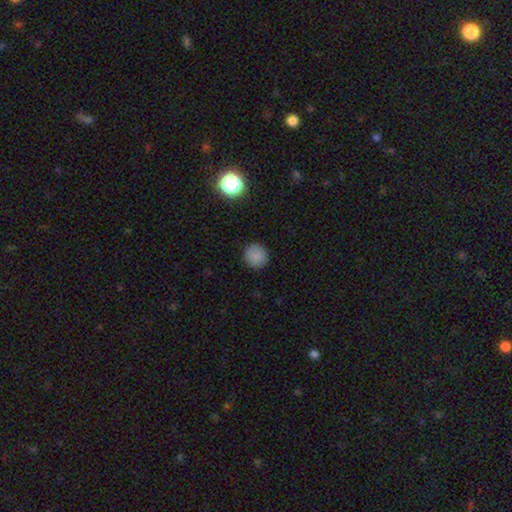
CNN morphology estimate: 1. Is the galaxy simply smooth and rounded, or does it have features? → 85% smooth, 11% star or artifact, 4% featured or disk.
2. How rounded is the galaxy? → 93% round, 6% in between, 1% cigar-shaped.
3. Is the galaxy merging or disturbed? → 90% none, 7% minor disturbance, 2% major disturbance, 1% merger.